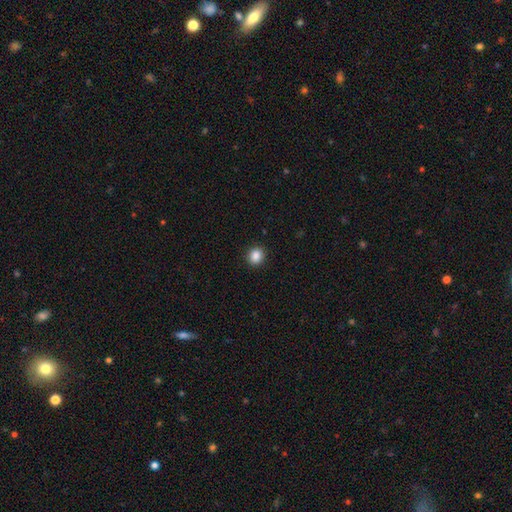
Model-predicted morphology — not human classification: smooth_or_featured: smooth (p=0.87) [alt: star or artifact p=0.10]
how_rounded: round (p=0.80) [alt: in between p=0.19]
merging: none (p=0.92) [alt: minor disturbance p=0.06]